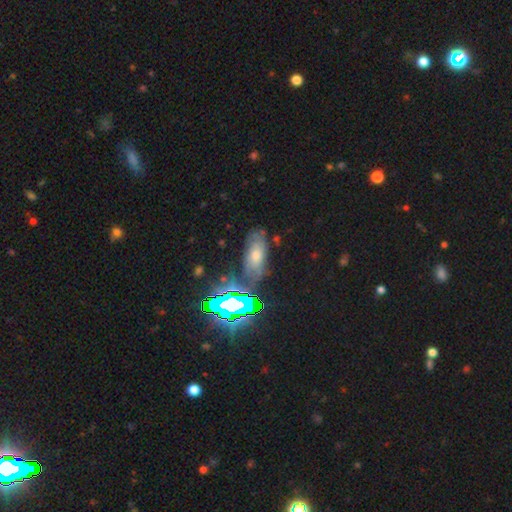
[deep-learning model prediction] Smooth or featured? Predicted: star or artifact (p=0.42).